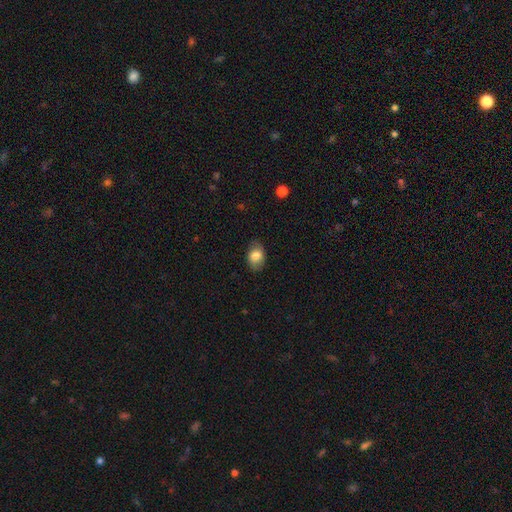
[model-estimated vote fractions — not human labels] Smooth or featured: smooth — 80% (featured or disk — 12%)
How rounded: in between — 82% (round — 17%)
Merging: none — 81% (minor disturbance — 15%)